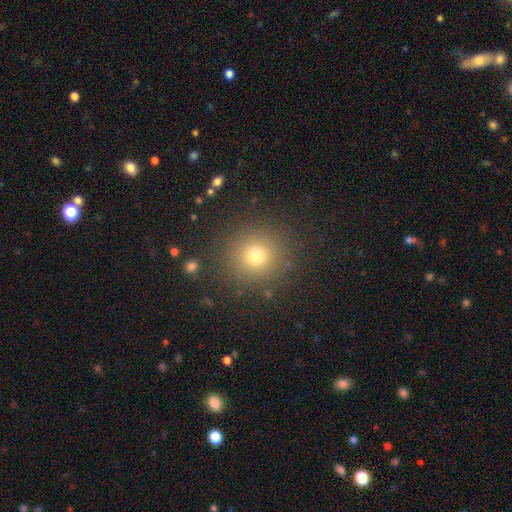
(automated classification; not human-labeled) Q: Smooth or featured?
A: smooth (73%); runner-up: star or artifact (19%)
Q: How rounded?
A: round (92%); runner-up: in between (7%)
Q: Merging?
A: none (89%); runner-up: minor disturbance (6%)